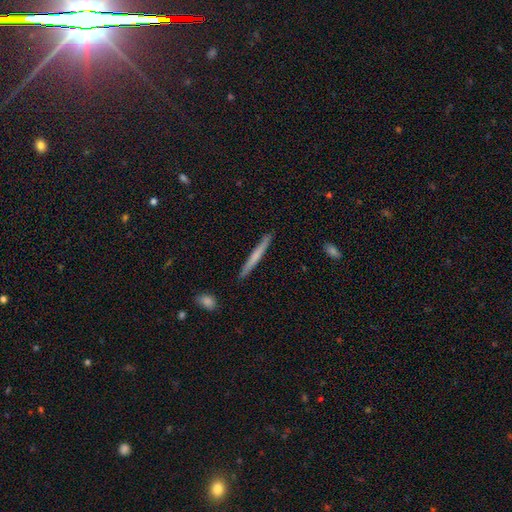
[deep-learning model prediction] Smooth or featured: smooth — 56% (featured or disk — 39%)
How rounded: cigar-shaped — 97% (in between — 2%)
Merging: none — 90% (minor disturbance — 7%)